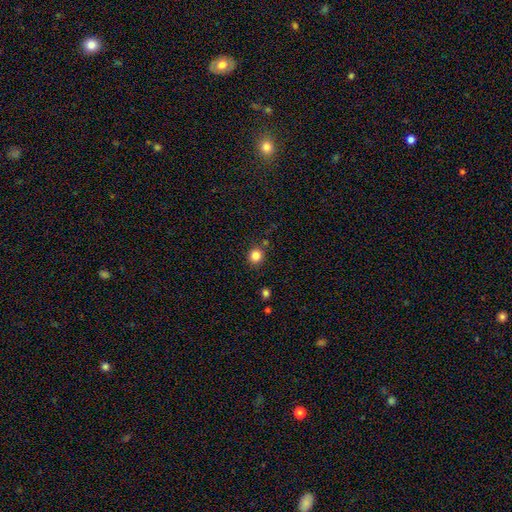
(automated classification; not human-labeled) This appears to be a smooth galaxy with no disk features (84%) that is round (90%). Merging: none (86%).